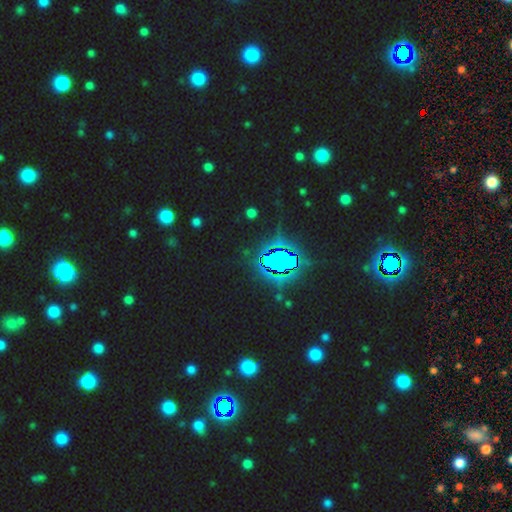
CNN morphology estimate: A star or artifact, not a galaxy (82%).